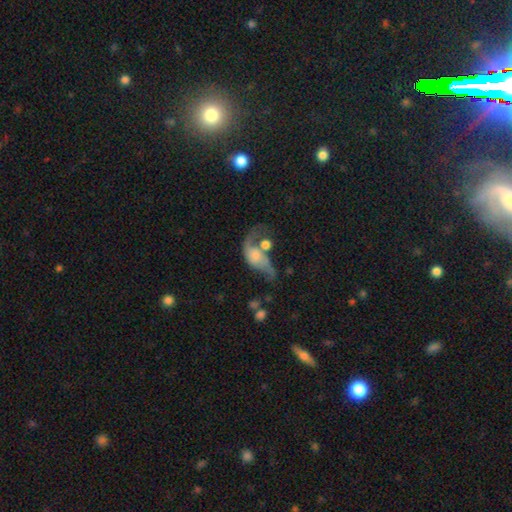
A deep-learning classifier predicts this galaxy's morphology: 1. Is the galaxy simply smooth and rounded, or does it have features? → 64% featured or disk, 28% smooth, 8% star or artifact.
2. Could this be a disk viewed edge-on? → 95% no, 5% yes.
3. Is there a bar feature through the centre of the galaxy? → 73% no, 22% weak, 5% strong.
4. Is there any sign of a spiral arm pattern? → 79% yes, 21% no.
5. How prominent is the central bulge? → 35% small, 30% moderate, 20% none, 12% large, 4% dominant.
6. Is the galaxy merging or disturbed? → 36% merger, 29% major disturbance, 21% none, 14% minor disturbance.